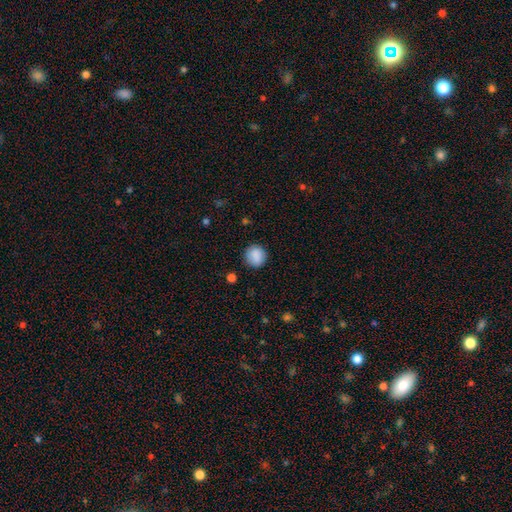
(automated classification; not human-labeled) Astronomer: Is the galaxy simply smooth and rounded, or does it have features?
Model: smooth — 87%.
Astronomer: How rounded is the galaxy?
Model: round — 89%.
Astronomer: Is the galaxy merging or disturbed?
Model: none — 88%.